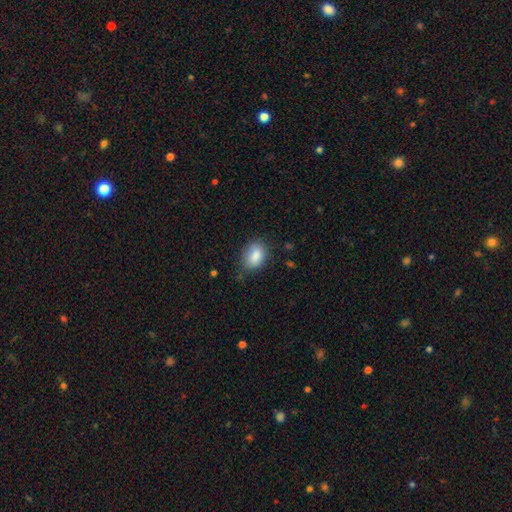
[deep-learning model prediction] This appears to be a smooth galaxy with no disk features (86%) that is in between round and cigar-shaped (74%). Merging: none (74%).